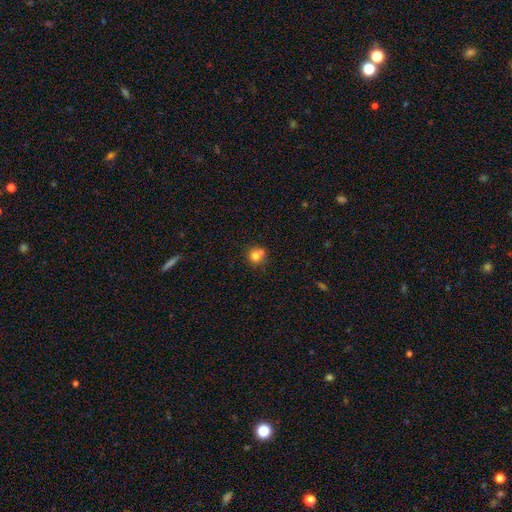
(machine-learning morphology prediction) A smooth galaxy with no disk features (76%) that is round (85%).

Vote fractions:
- Smooth or featured? smooth: 76% / featured or disk: 13% / star or artifact: 11%
- How rounded? round: 85% / in between: 14% / cigar-shaped: 1%
- Merging? none: 50% / merger: 33% / minor disturbance: 13% / major disturbance: 4%